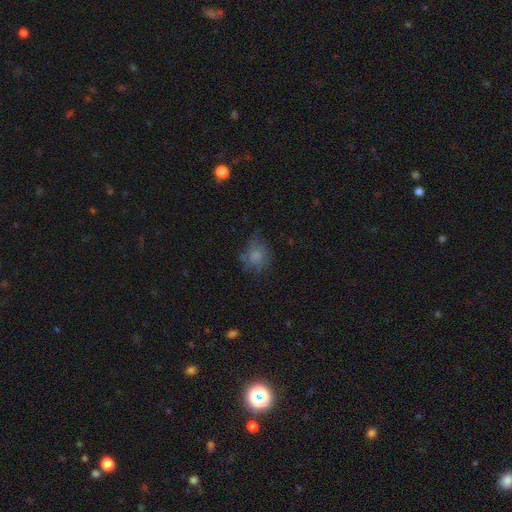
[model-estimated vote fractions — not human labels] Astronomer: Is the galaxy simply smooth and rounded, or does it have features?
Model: smooth — 67%.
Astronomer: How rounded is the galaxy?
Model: round — 65%.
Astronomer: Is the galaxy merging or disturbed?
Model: none — 56%.